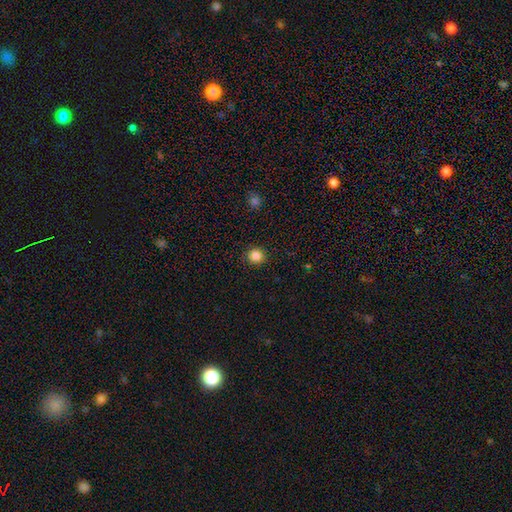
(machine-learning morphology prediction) smooth 85%, star or artifact 11%, featured or disk 4%. Down the decision tree: how rounded — round (91%); merging — none (92%).